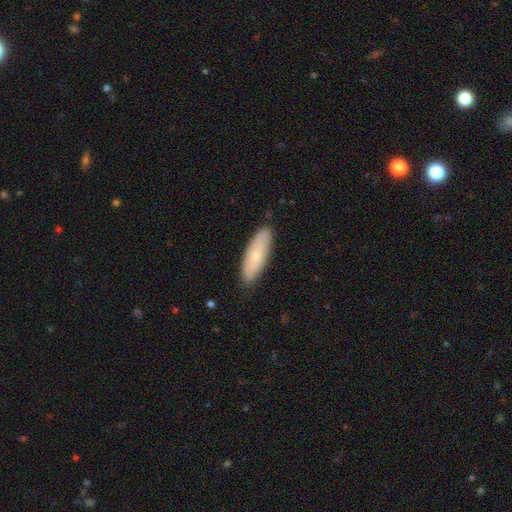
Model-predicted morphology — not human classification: This appears to be a smooth galaxy with no disk features (67%) that is in between round and cigar-shaped (57%). Merging: none (85%).